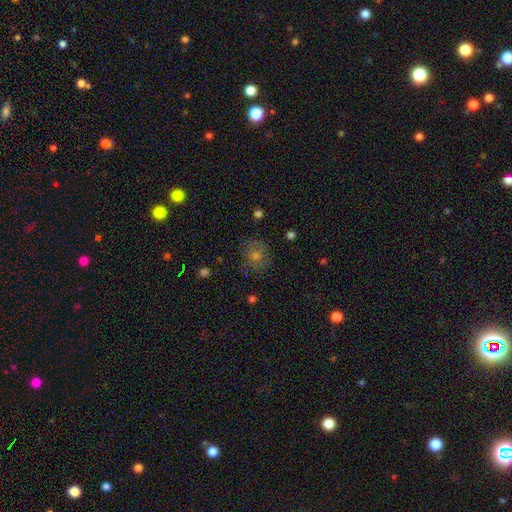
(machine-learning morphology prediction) This appears to be a smooth galaxy with no disk features (53%) that is round (83%). Merging: none (79%).